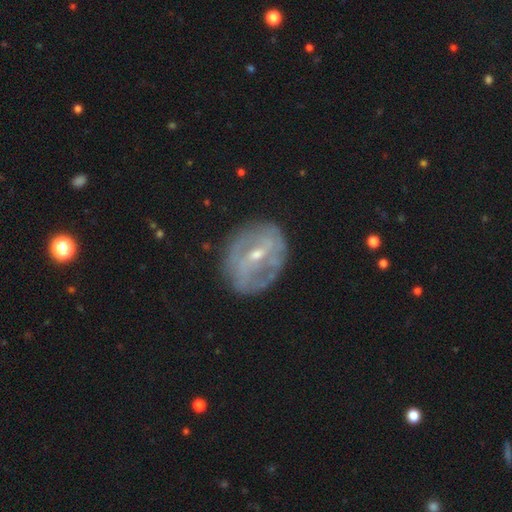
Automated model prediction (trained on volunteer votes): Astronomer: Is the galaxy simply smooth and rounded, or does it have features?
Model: featured or disk — 75%.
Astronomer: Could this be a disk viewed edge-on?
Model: no — 94%.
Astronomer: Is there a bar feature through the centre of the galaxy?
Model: strong — 45% (runner-up: weak, 38%).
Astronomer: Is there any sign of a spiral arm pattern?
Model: yes — 59% (runner-up: no, 41%).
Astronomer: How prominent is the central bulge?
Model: small — 65%.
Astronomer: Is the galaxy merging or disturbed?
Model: none — 73%.